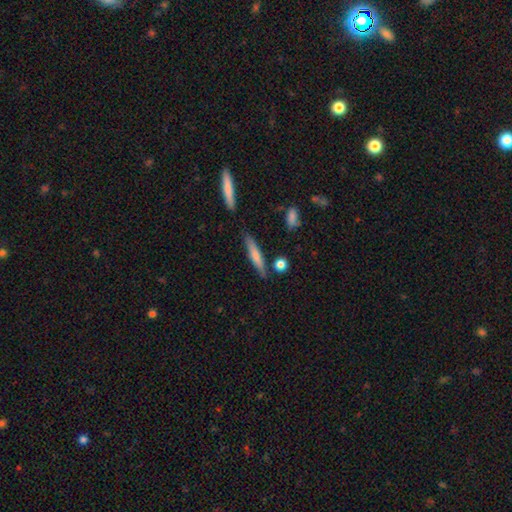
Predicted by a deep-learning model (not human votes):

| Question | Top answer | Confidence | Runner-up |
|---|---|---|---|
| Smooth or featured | smooth | 64% | featured or disk (30%) |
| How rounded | cigar-shaped | 88% | in between (10%) |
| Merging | none | 81% | minor disturbance (12%) |